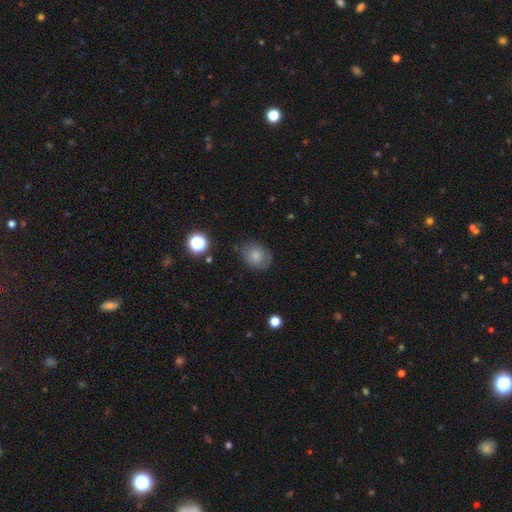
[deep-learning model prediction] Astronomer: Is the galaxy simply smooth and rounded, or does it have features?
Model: smooth — 71%.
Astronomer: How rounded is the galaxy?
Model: round — 56% (runner-up: in between, 43%).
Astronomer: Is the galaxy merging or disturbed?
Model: none — 68%.